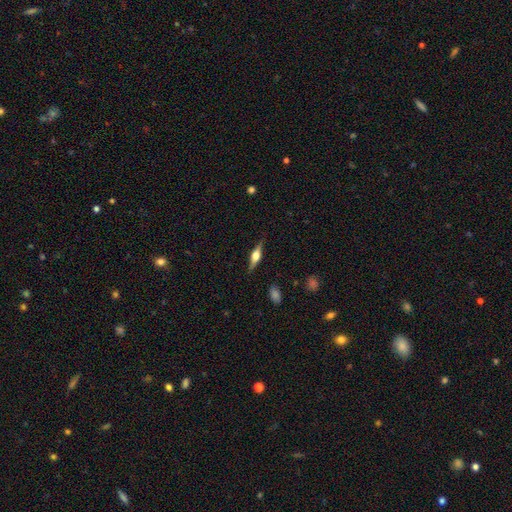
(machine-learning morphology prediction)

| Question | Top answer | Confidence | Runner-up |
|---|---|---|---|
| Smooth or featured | featured or disk | 68% | smooth (26%) |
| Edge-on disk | yes | 96% | no (4%) |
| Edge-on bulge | rounded | 90% | boxy (8%) |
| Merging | none | 86% | minor disturbance (11%) |